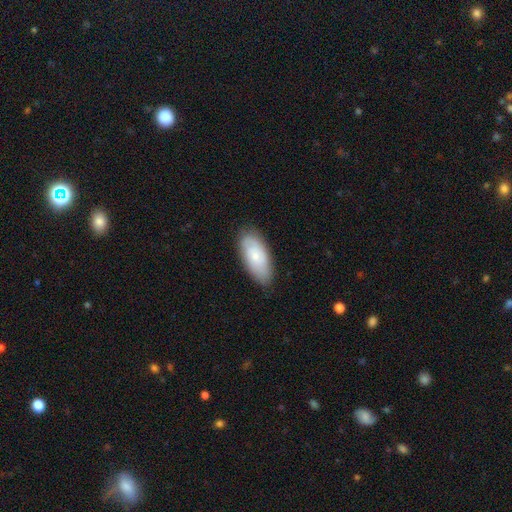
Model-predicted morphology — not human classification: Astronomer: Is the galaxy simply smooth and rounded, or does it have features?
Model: smooth — 63%.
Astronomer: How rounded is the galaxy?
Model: in between — 87%.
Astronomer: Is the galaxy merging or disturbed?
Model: none — 82%.